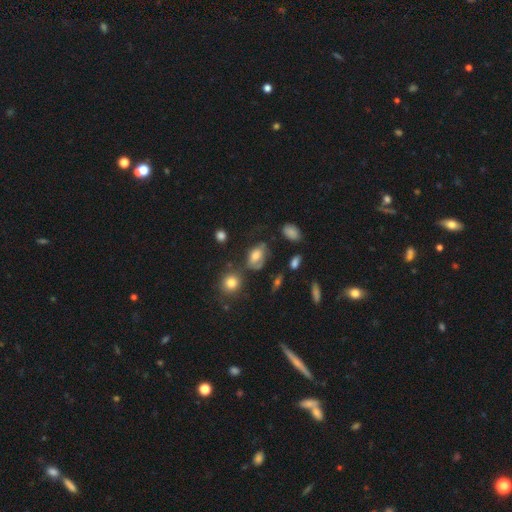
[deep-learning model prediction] This is likely a smooth galaxy (62%). How rounded: clearly in between (80%). Merging: marginally none (42%).